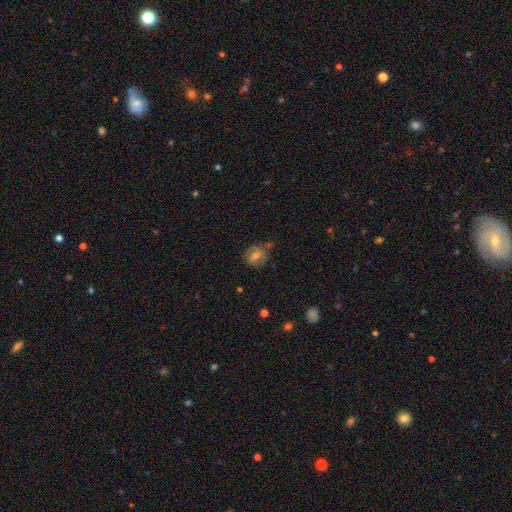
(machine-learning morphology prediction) Smooth or featured? smooth (56%)
How rounded? round (66%)
Merging? none (69%)